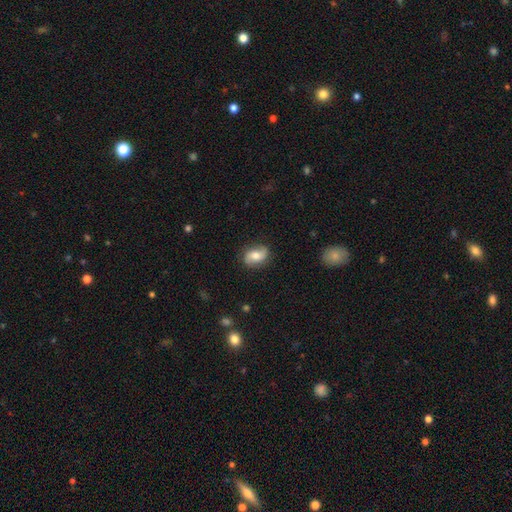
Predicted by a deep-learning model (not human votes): smooth-or-featured: featured or disk: 50% | smooth: 42% | star or artifact: 8%
  merging: none: 82% | minor disturbance: 13% | major disturbance: 4% | merger: 1%